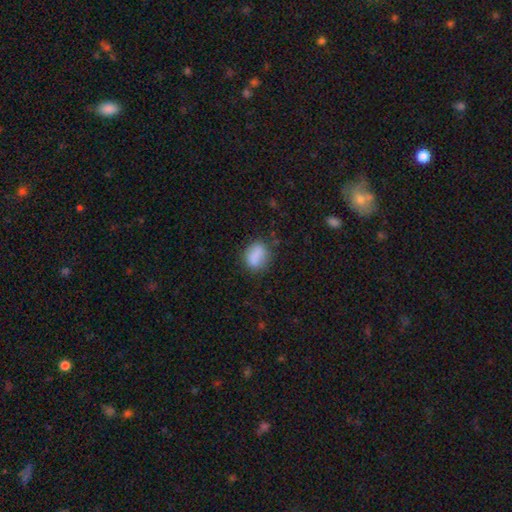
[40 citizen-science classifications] Volunteers were most divided on "how rounded": round: 50%, in between: 47%, cigar-shaped: 3%. More confident: smooth or featured — smooth (80%); merging — none (57%).